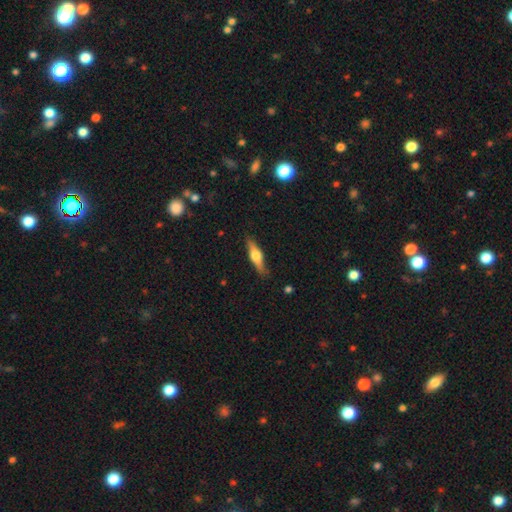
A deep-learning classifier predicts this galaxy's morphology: Overall: featured or disk (56%; smooth 38%). Edge-on disk: yes (95%). Edge-on bulge: rounded (93%). Merging: none (86%).